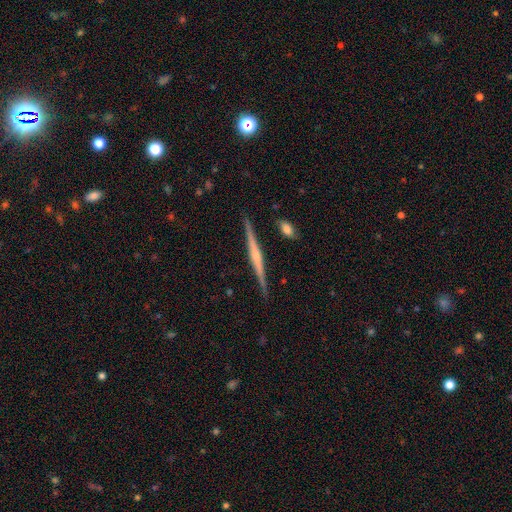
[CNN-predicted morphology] smooth_or_featured: featured or disk (p=0.72) [alt: smooth p=0.22]
disk_edge_on: yes (p=0.98) [alt: no p=0.02]
edge_on_bulge: rounded (p=0.46) [alt: none p=0.35]
merging: none (p=0.90) [alt: minor disturbance p=0.07]